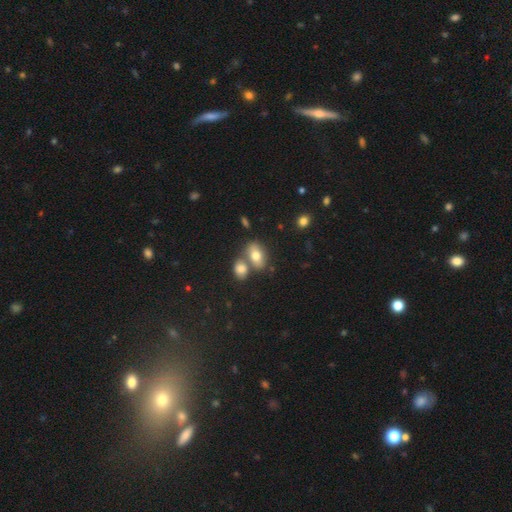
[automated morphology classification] A smooth galaxy with no disk features (74%) that is in between round and cigar-shaped (86%).

Vote fractions:
- Smooth or featured? smooth: 74% / featured or disk: 17% / star or artifact: 9%
- How rounded? in between: 86% / round: 11% / cigar-shaped: 3%
- Merging? none: 49% / merger: 37% / minor disturbance: 10% / major disturbance: 3%